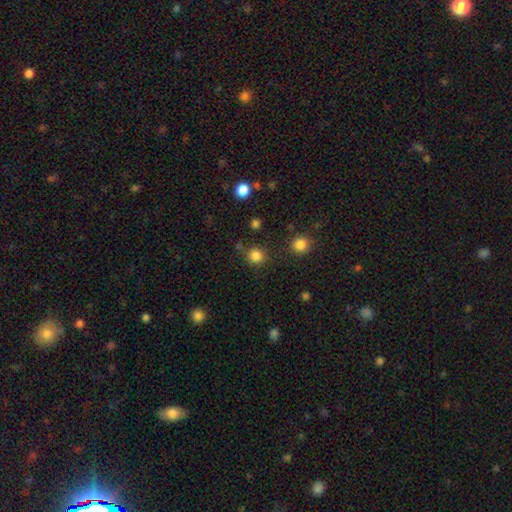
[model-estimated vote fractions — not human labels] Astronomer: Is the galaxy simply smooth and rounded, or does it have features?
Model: smooth — 83%.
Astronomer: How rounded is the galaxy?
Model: round — 93%.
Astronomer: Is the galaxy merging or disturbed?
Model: none — 83%.